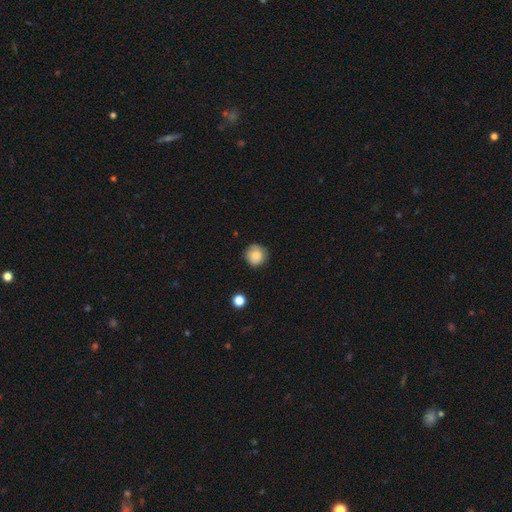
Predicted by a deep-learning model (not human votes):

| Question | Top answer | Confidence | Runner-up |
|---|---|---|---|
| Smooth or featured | smooth | 84% | star or artifact (8%) |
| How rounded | round | 92% | in between (7%) |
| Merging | none | 81% | minor disturbance (14%) |